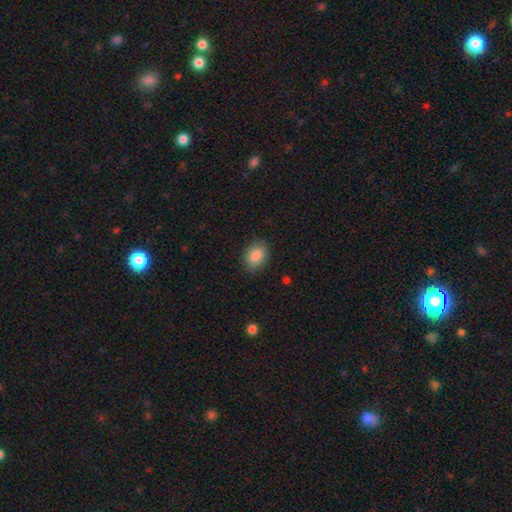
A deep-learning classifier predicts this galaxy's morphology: smooth 88%, star or artifact 7%, featured or disk 5%. Down the decision tree: how rounded — in between (80%); merging — none (86%).